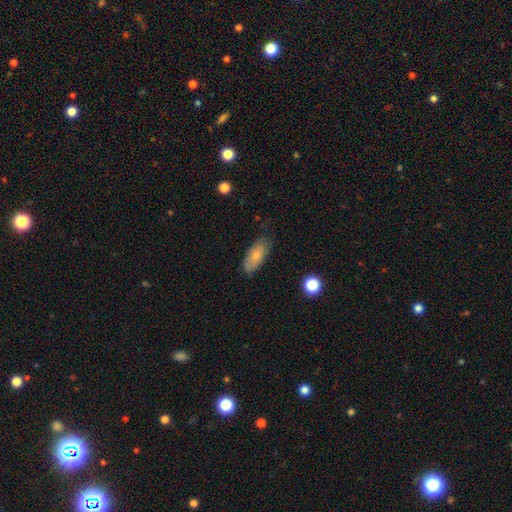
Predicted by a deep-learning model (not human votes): Smooth or featured? Predicted: smooth (p=0.75). How rounded? Predicted: in between (p=0.84). Merging? Predicted: none (p=0.71).